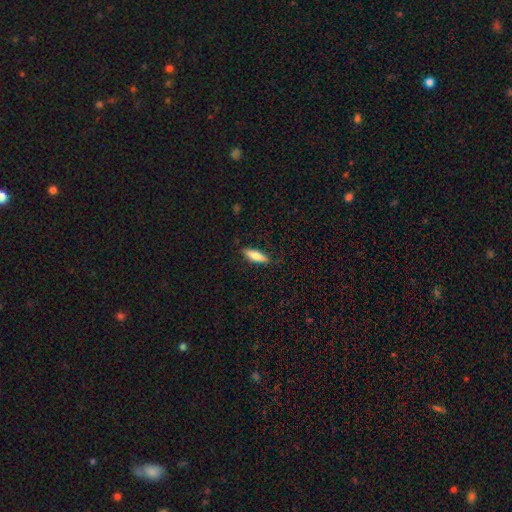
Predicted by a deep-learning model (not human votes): Overall: smooth (81%). How rounded: cigar-shaped (55%; in between 44%). Merging: none (82%).